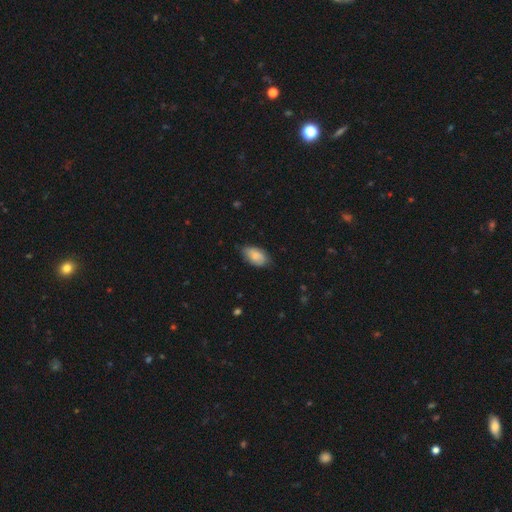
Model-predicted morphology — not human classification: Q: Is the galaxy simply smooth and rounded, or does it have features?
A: smooth — 79%.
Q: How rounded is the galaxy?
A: in between — 93%.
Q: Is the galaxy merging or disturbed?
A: none — 67%.